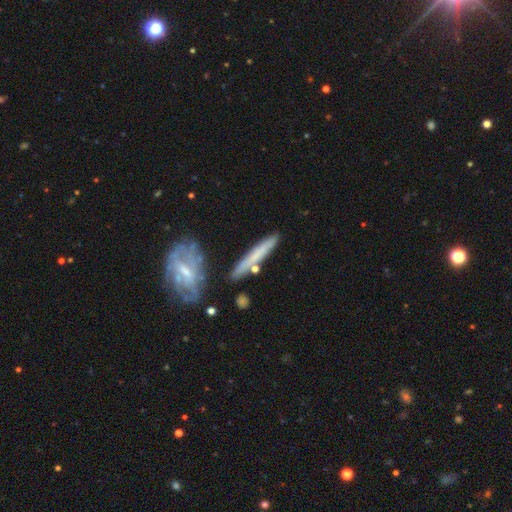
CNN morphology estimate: smooth_or_featured: smooth (p=0.50) [alt: featured or disk p=0.44]
merging: none (p=0.75) [alt: minor disturbance p=0.14]